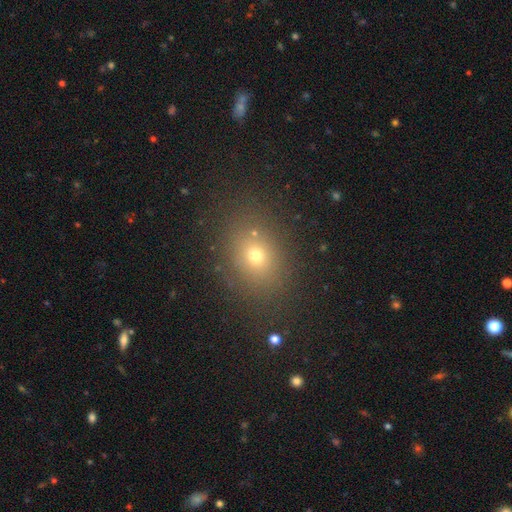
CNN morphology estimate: Smooth or featured? smooth (65%)
How rounded? round (50%)
Merging? none (84%)